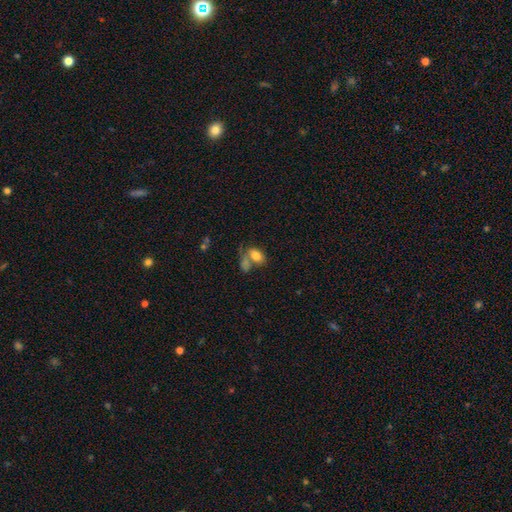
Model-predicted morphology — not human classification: Smooth or featured? Predicted: smooth (p=0.79). How rounded? Predicted: in between (p=0.87). Merging? Predicted: merger (p=0.45).